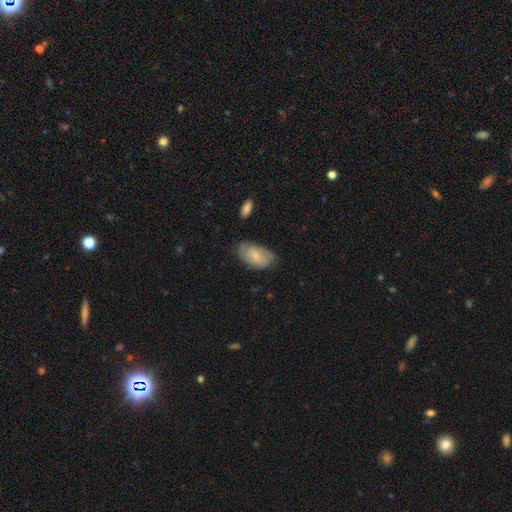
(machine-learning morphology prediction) The model was most divided on "merging": none: 56%, minor disturbance: 33%, major disturbance: 9%, merger: 2%. More confident: how rounded — in between (93%); smooth or featured — smooth (66%).